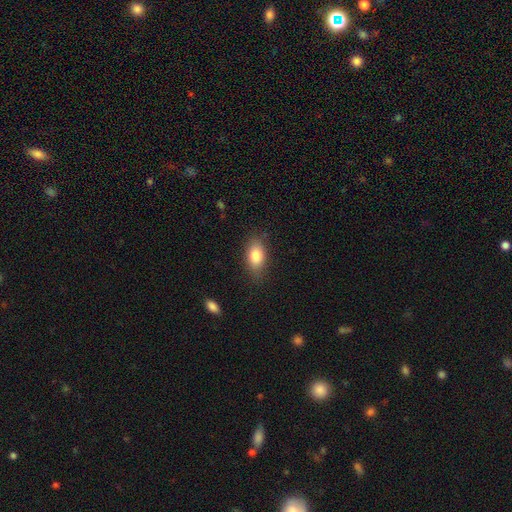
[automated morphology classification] smooth-or-featured: smooth: 81% | featured or disk: 11% | star or artifact: 8%
  how-rounded: in between: 86% | round: 9% | cigar-shaped: 5%
  merging: none: 80% | minor disturbance: 15% | major disturbance: 4% | merger: 1%